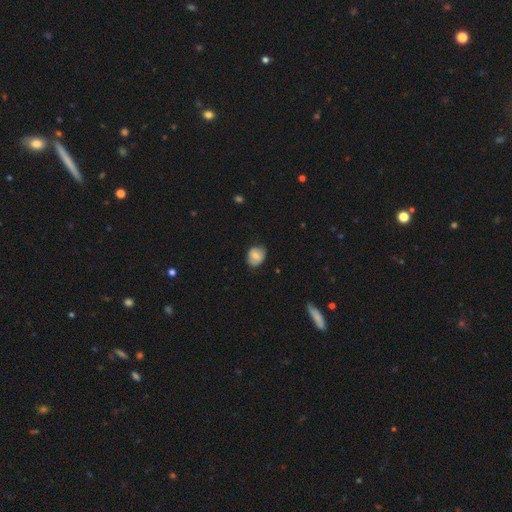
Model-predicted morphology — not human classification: type=smooth (69%); roundness=round (54%); merging=none (72%).